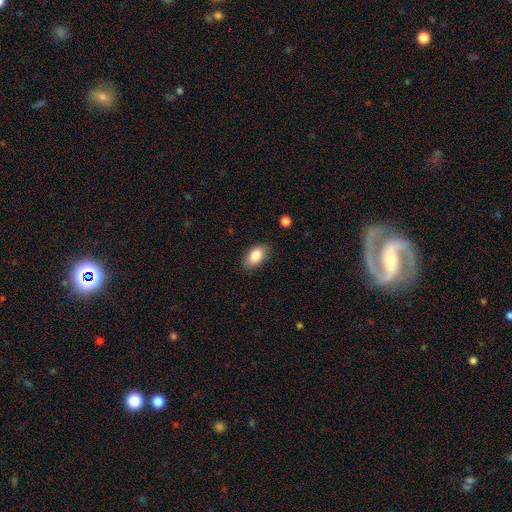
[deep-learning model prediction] Q: Smooth or featured?
A: smooth (84%); runner-up: featured or disk (9%)
Q: How rounded?
A: in between (92%); runner-up: round (7%)
Q: Merging?
A: none (83%); runner-up: minor disturbance (13%)